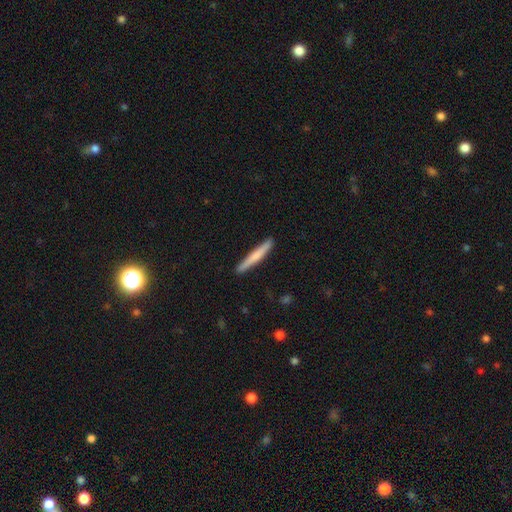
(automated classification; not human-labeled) smooth_or_featured: smooth (p=0.61) [alt: featured or disk p=0.34]
how_rounded: cigar-shaped (p=0.96) [alt: in between p=0.03]
merging: none (p=0.90) [alt: minor disturbance p=0.07]